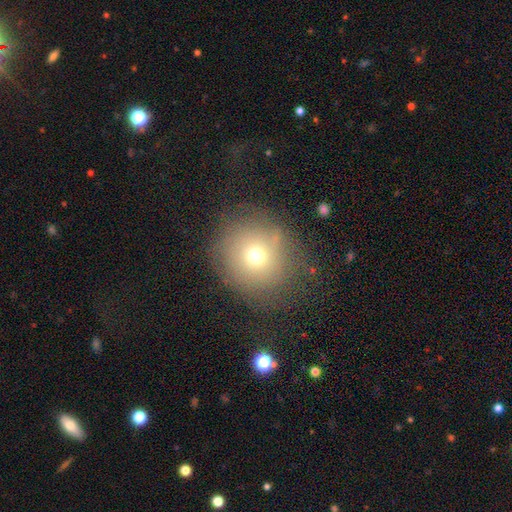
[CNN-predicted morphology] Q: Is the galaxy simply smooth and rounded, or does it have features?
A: smooth — 66%.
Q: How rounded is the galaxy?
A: round — 91%.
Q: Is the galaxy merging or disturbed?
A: none — 76%.